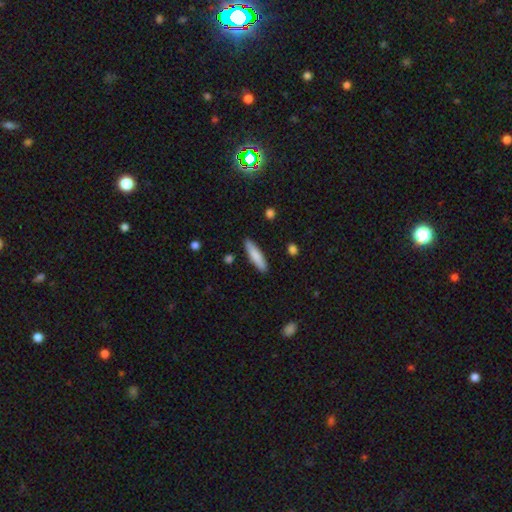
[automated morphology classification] Smooth or featured? smooth (82%)
How rounded? cigar-shaped (77%)
Merging? none (89%)